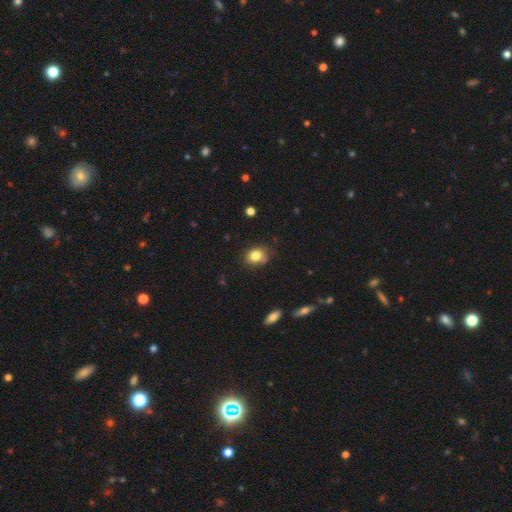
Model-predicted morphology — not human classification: smooth-or-featured: smooth: 81% | star or artifact: 11% | featured or disk: 8%
  how-rounded: round: 57% | in between: 42% | cigar-shaped: 1%
  merging: none: 72% | minor disturbance: 20% | major disturbance: 4% | merger: 4%